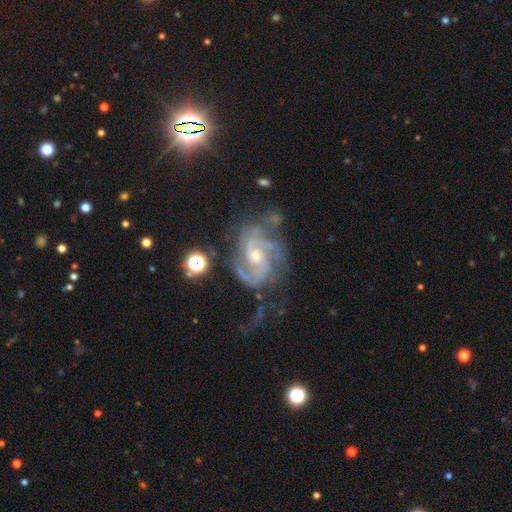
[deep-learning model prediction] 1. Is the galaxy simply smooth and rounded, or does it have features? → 89% featured or disk, 7% star or artifact, 4% smooth.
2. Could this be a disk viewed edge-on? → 98% no, 2% yes.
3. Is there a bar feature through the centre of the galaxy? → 53% no, 38% weak, 9% strong.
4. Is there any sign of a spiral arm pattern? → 97% yes, 3% no.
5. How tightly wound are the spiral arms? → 47% medium, 43% tight, 11% loose.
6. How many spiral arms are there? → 59% 2, 16% 3, 13% can't tell, 5% 4, 4% 1, 4% more than 4.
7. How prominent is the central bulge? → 54% moderate, 39% small, 3% large, 3% none, 1% dominant.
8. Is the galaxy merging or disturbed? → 55% none, 22% minor disturbance, 18% major disturbance, 5% merger.